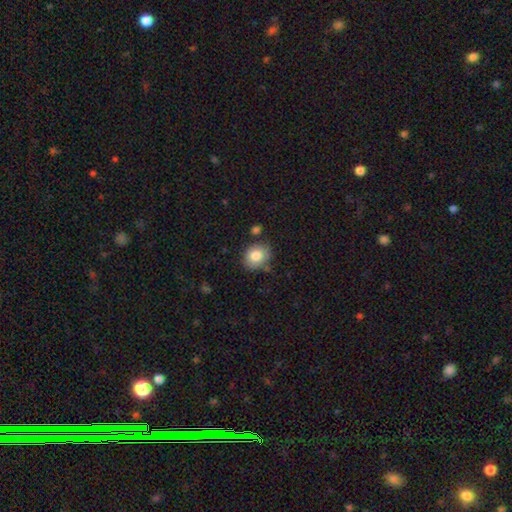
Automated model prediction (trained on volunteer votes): Q: Smooth or featured?
A: smooth (82%); runner-up: featured or disk (10%)
Q: How rounded?
A: round (62%); runner-up: in between (37%)
Q: Merging?
A: none (70%); runner-up: minor disturbance (20%)